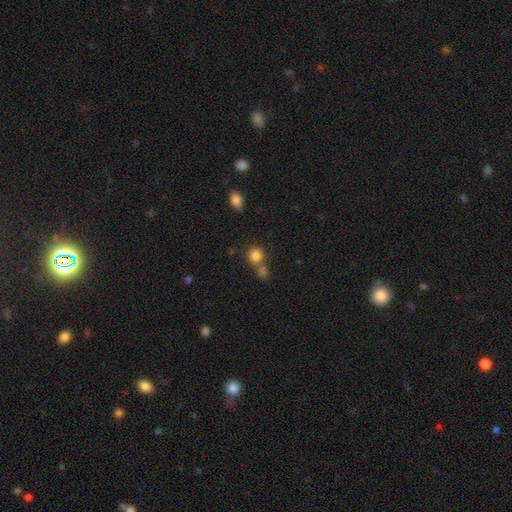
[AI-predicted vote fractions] smooth_or_featured: smooth (p=0.83) [alt: star or artifact p=0.12]
how_rounded: round (p=0.85) [alt: in between p=0.14]
merging: none (p=0.56) [alt: merger p=0.32]